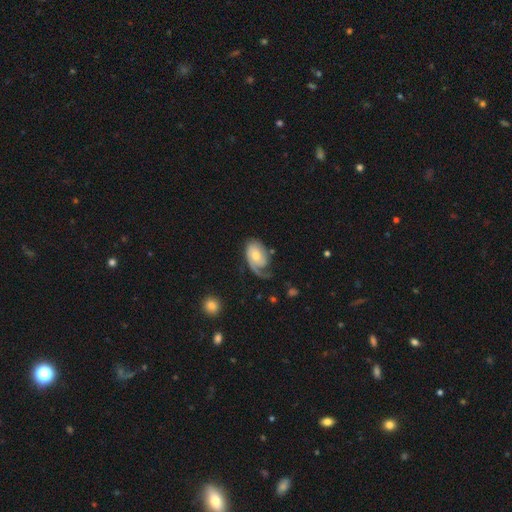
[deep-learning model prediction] Overall: featured or disk (67%; smooth 28%). Edge-on disk: no (96%). Bar: no (69%). Spiral arms: yes (89%). Spiral arm count: 1 (68%). Spiral winding: tight (42%; medium 33%). Bulge size: moderate (54%; small 36%). Merging: none (44%; major disturbance 28%).